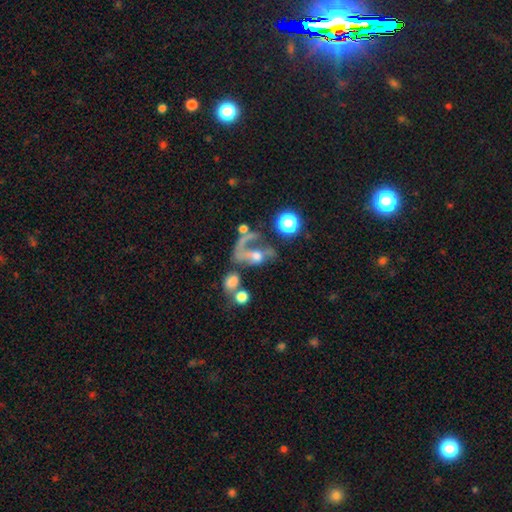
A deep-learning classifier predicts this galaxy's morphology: Smooth or featured?
  - featured or disk: 50% *
  - smooth: 27%
  - star or artifact: 23%
Edge-on disk?
  - no: 88% *
  - yes: 12%
Merging?
  - merger: 33% *
  - none: 30%
  - major disturbance: 24%
  - minor disturbance: 12%